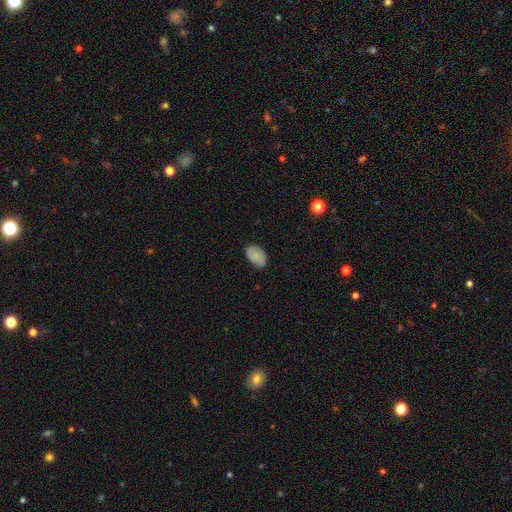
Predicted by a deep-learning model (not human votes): Smooth or featured? smooth (81%)
How rounded? in between (89%)
Merging? none (83%)